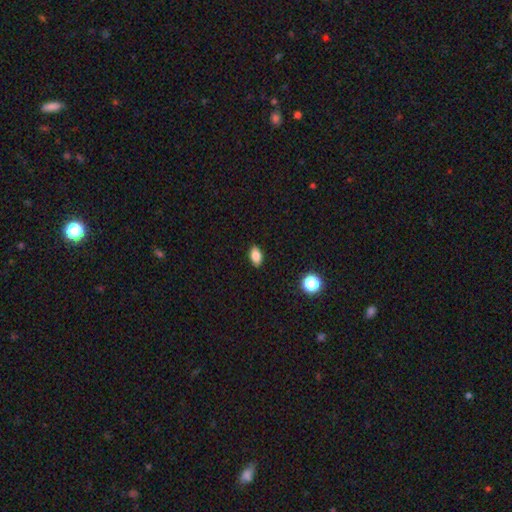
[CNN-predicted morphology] This appears to be a smooth galaxy with no disk features (82%) that is in between round and cigar-shaped (87%). Merging: none (88%).